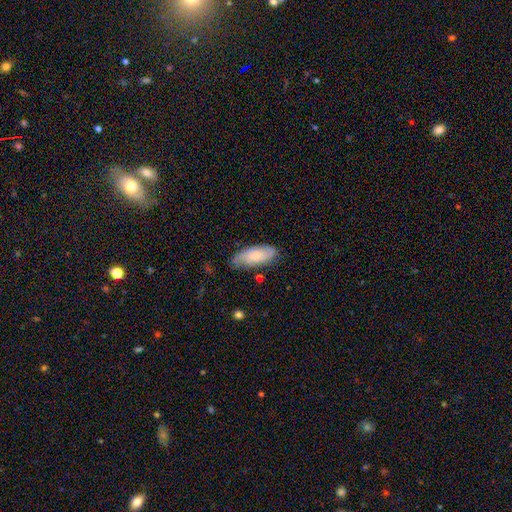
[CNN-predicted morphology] Overall: smooth (59%; featured or disk 34%). How rounded: in between (84%). Merging: none (70%).